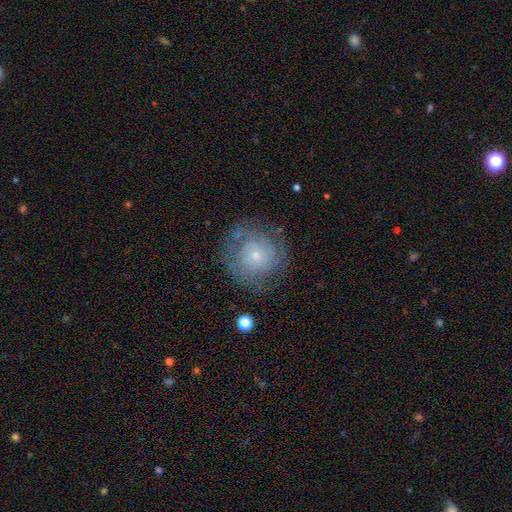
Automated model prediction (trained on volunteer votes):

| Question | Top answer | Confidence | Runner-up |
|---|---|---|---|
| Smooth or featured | featured or disk | 50% | smooth (39%) |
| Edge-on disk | no | 97% | yes (3%) |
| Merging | none | 71% | minor disturbance (17%) |